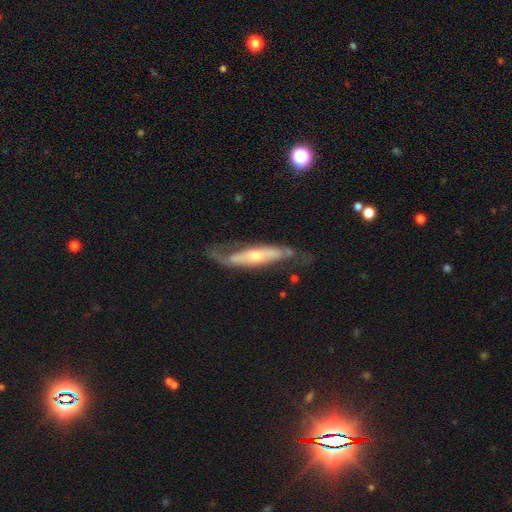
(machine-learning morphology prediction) Smooth or featured: featured or disk — 75% (smooth — 19%)
Edge-on disk: no — 59% (yes — 41%)
Merging: none — 57% (minor disturbance — 24%)